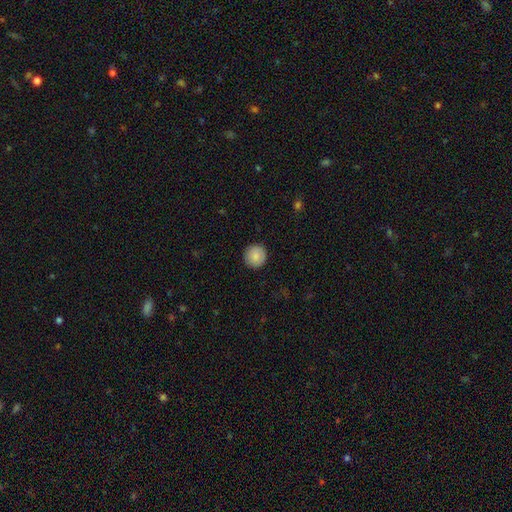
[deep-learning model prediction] Overall: smooth (86%). How rounded: round (95%). Merging: none (92%).